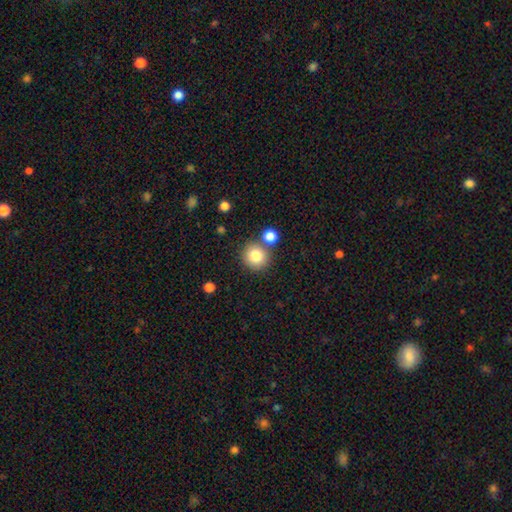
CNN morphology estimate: A smooth galaxy with no disk features (82%) that is round (93%). Merging: none (74%).